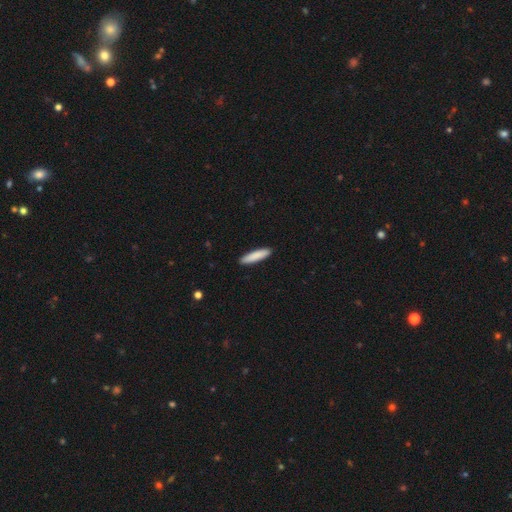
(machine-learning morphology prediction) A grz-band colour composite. It shows a smooth galaxy with no disk features (87%) that is cigar-shaped (84%). Merging: none (91%).